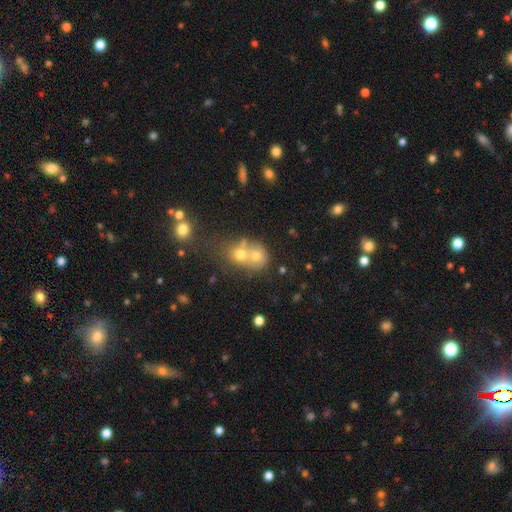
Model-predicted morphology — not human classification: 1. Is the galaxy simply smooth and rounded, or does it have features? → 63% smooth, 23% featured or disk, 14% star or artifact.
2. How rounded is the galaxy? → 66% round, 33% in between, 1% cigar-shaped.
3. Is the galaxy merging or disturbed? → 65% merger, 24% none, 7% minor disturbance, 4% major disturbance.